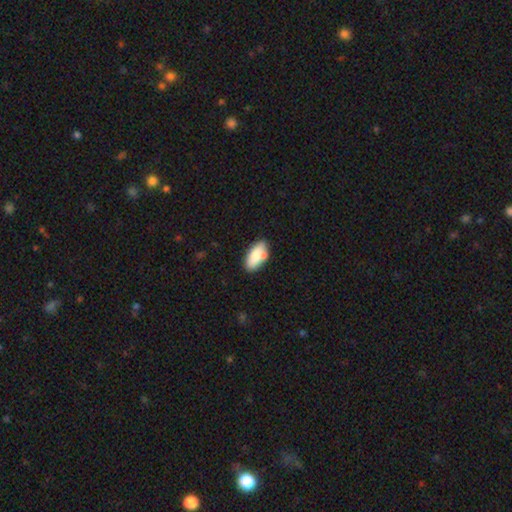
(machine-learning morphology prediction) Smooth or featured?
  - smooth: 79% *
  - featured or disk: 15%
  - star or artifact: 7%
How rounded?
  - in between: 90% *
  - cigar-shaped: 7%
  - round: 3%
Merging?
  - none: 72% *
  - minor disturbance: 16%
  - merger: 9%
  - major disturbance: 3%